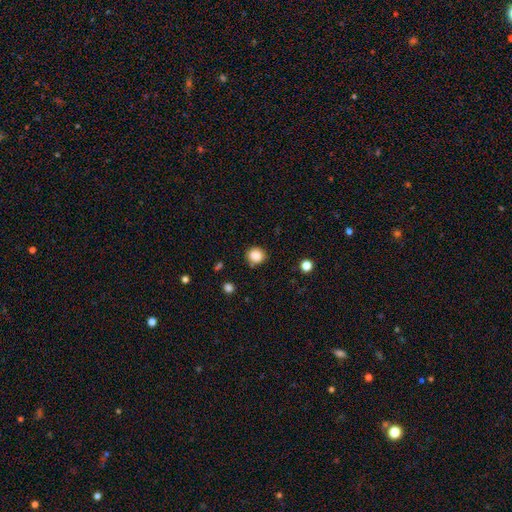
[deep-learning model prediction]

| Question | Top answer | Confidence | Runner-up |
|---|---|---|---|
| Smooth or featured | smooth | 86% | star or artifact (10%) |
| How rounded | round | 87% | in between (13%) |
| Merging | none | 83% | minor disturbance (12%) |